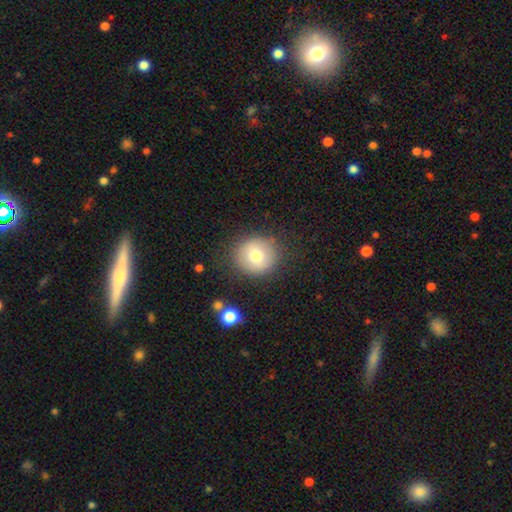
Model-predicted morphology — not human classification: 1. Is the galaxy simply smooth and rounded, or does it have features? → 74% smooth, 17% featured or disk, 9% star or artifact.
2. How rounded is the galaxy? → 89% round, 10% in between, 1% cigar-shaped.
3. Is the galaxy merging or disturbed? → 84% none, 10% minor disturbance, 4% major disturbance, 2% merger.